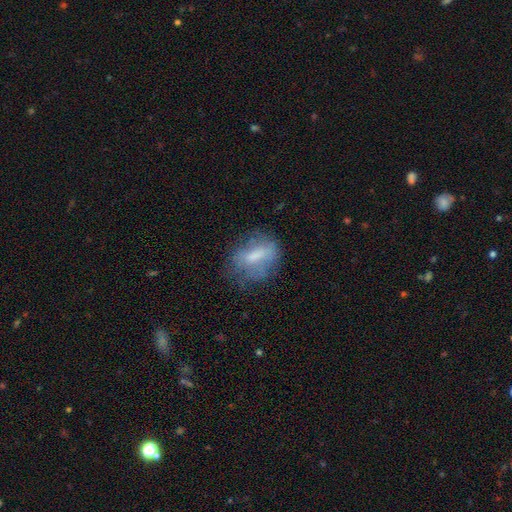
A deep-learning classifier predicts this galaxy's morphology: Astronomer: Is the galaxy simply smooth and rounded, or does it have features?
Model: smooth — 54% (runner-up: featured or disk, 36%).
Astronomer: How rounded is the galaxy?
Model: in between — 66%.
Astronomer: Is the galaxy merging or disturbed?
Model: none — 55%.